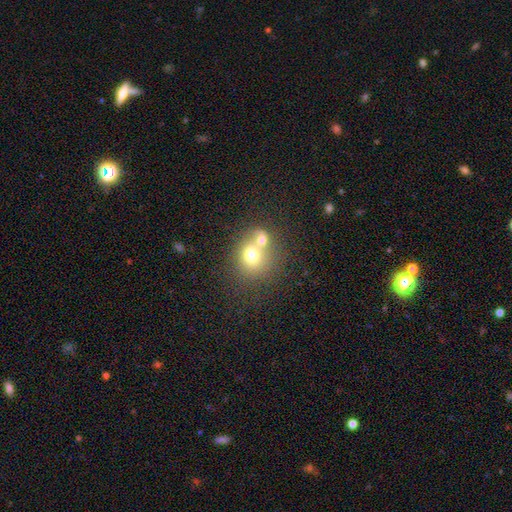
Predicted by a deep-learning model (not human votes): This is likely a smooth galaxy (69%). How rounded: likely round (69%). Merging: likely merger (61%).